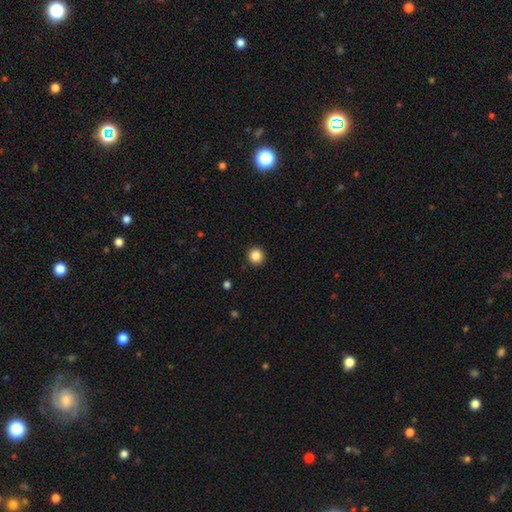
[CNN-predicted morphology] Overall: smooth (85%). How rounded: round (96%). Merging: none (93%).